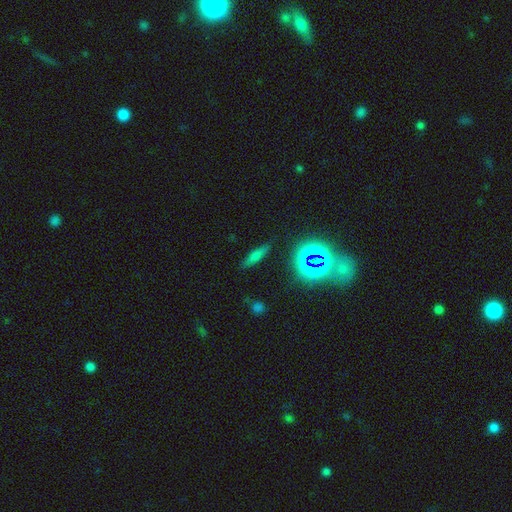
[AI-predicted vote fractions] Smooth or featured? smooth (61%)
How rounded? cigar-shaped (66%)
Merging? none (82%)